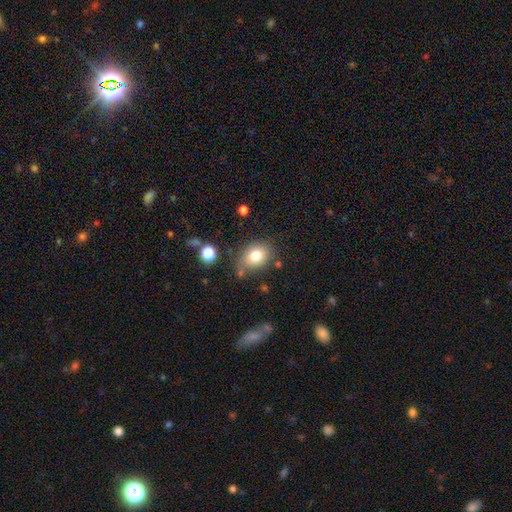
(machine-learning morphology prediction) type=smooth (79%); roundness=in between (61%); merging=none (66%).